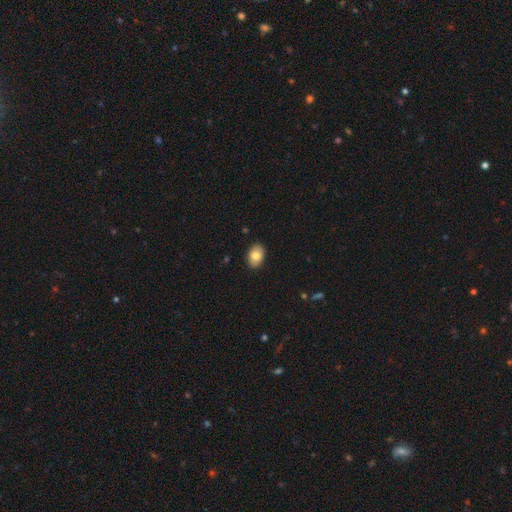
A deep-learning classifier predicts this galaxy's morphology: Smooth or featured? Predicted: smooth (p=0.81). How rounded? Predicted: in between (p=0.85). Merging? Predicted: none (p=0.90).